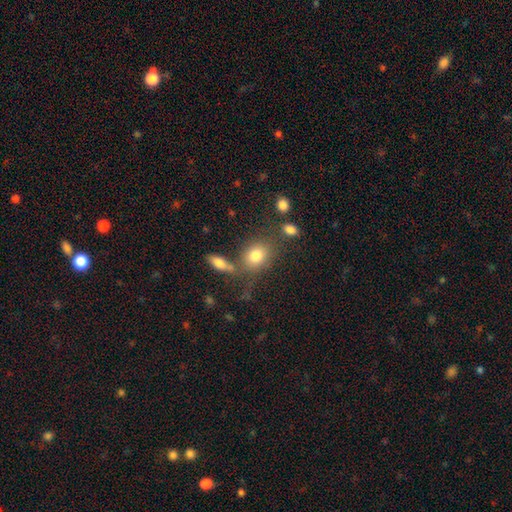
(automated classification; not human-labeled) smooth 79%, featured or disk 11%, star or artifact 10%. Down the decision tree: how rounded — in between (53%); merging — none (62%).